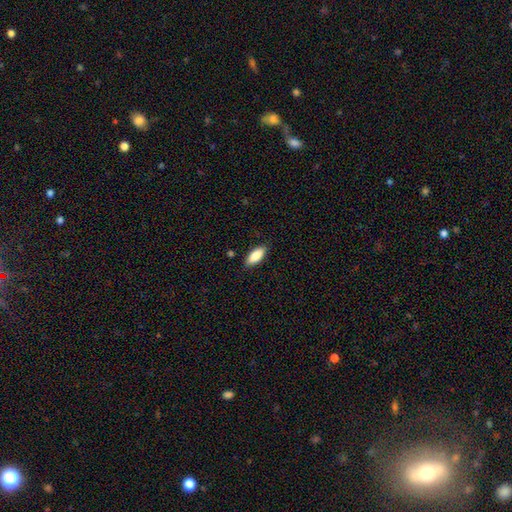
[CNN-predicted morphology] Smooth or featured? Predicted: smooth (p=0.85). How rounded? Predicted: in between (p=0.81). Merging? Predicted: none (p=0.86).